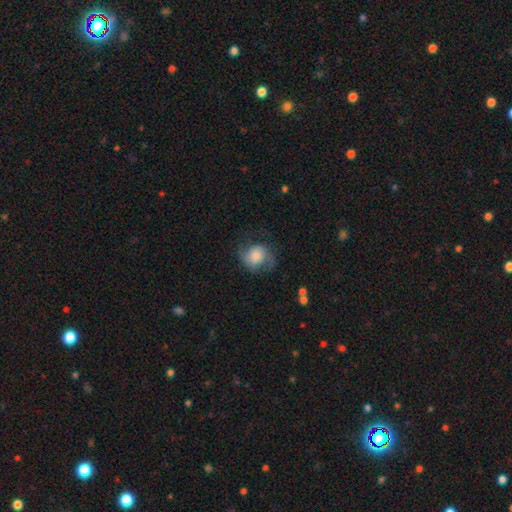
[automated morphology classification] Overall: featured or disk (49%; smooth 43%). Merging: none (62%; minor disturbance 22%).